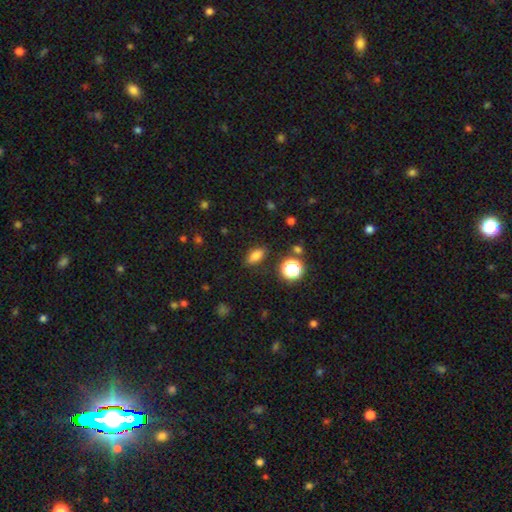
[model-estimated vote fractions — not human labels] Smooth or featured? smooth (77%)
How rounded? in between (78%)
Merging? none (85%)